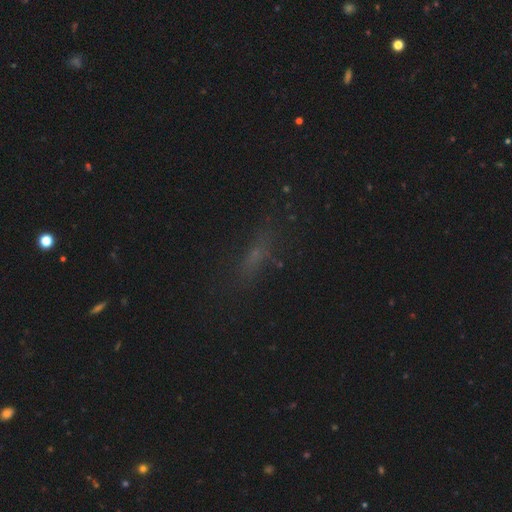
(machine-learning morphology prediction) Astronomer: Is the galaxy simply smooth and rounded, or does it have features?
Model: smooth — 48% (runner-up: star or artifact, 32%).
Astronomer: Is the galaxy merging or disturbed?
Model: none — 72%.